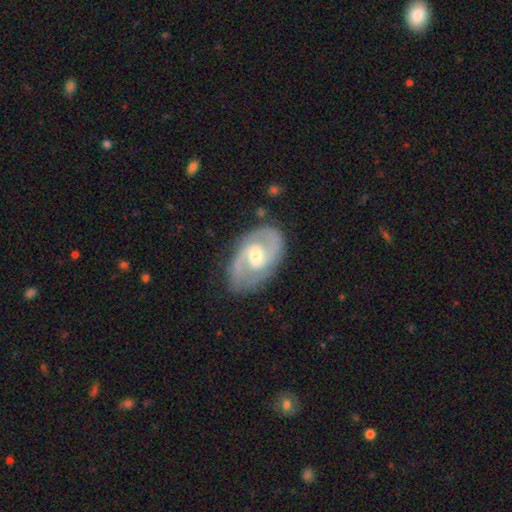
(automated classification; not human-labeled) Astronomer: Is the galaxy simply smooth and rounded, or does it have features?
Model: featured or disk — 87%.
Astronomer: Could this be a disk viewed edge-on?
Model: no — 97%.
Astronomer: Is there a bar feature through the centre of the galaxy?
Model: weak — 54% (runner-up: no, 33%).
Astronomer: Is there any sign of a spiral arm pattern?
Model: yes — 96%.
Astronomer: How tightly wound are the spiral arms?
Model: medium — 55% (runner-up: tight, 32%).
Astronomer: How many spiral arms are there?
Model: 2 — 89%.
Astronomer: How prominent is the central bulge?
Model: moderate — 62%.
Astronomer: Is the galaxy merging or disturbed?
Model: none — 81%.